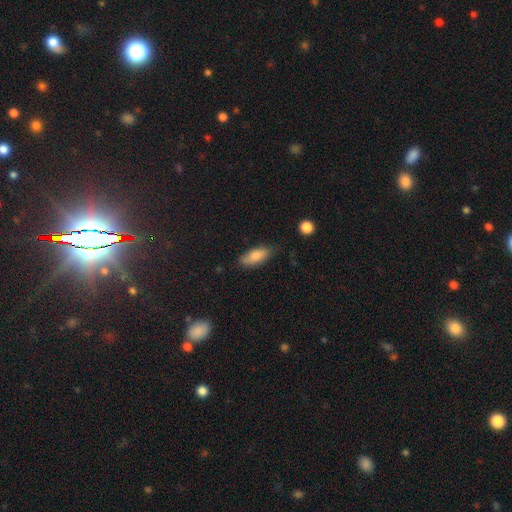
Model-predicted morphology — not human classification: type=smooth (83%); roundness=in between (79%); merging=none (77%).